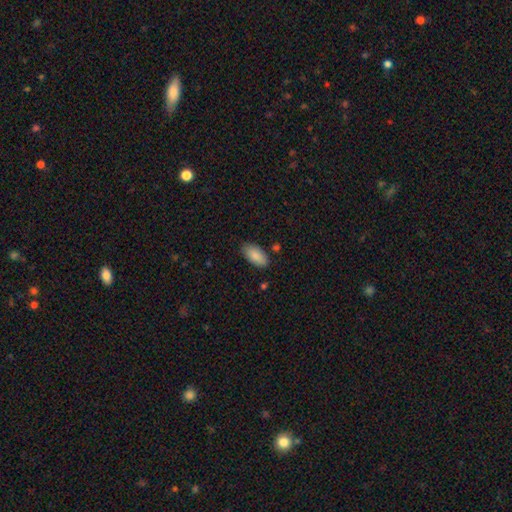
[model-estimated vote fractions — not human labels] Morphology: type=smooth (87%); roundness=in between (93%); merging=none (81%).